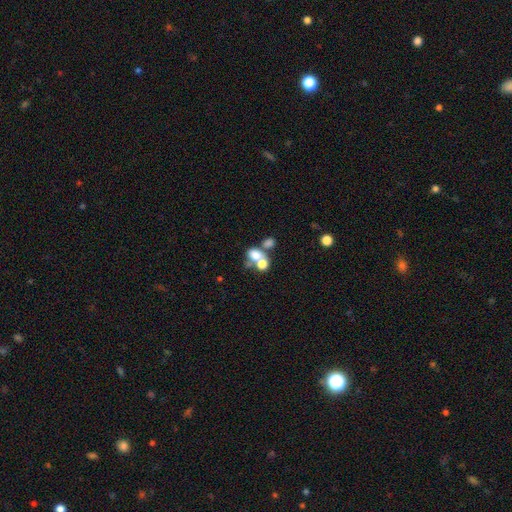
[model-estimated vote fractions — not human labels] Smooth or featured: smooth — 67% (featured or disk — 19%)
How rounded: in between — 52% (round — 46%)
Merging: merger — 60% (none — 24%)